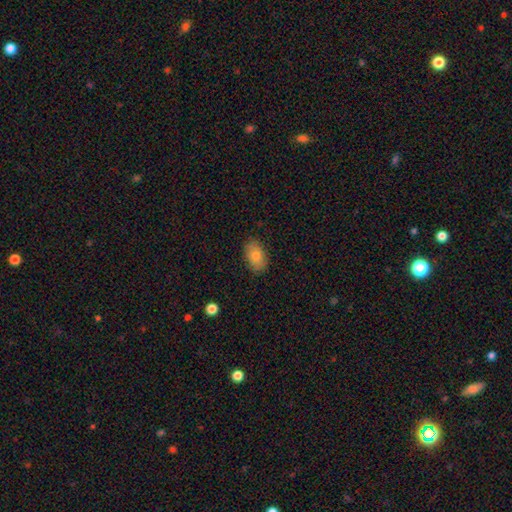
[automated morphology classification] Smooth or featured? Predicted: smooth (p=0.79). How rounded? Predicted: in between (p=0.91). Merging? Predicted: none (p=0.87).